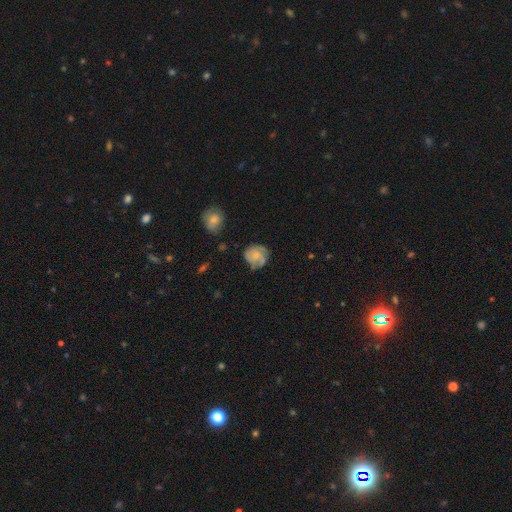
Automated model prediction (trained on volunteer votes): A featured or disk galaxy (53%) with no bar (78%), spiral arms (81%) and a small central bulge (52%). Merging: none (63%).